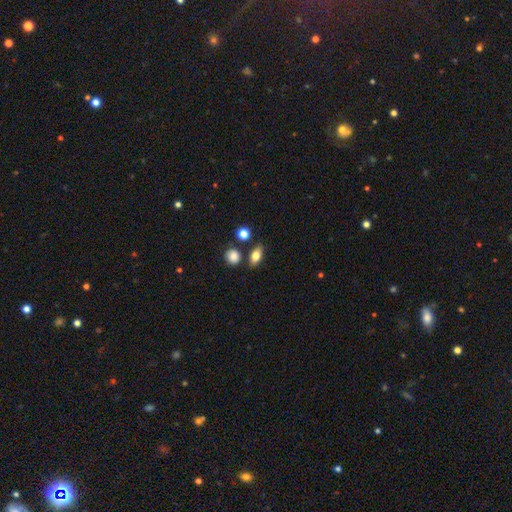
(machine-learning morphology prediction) Smooth or featured? Predicted: smooth (p=0.77). How rounded? Predicted: in between (p=0.78). Merging? Predicted: none (p=0.77).